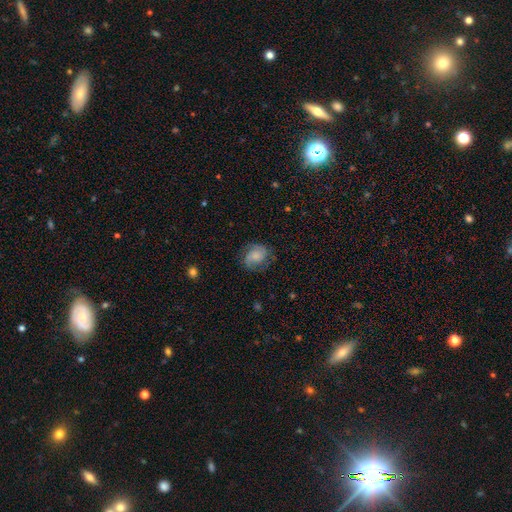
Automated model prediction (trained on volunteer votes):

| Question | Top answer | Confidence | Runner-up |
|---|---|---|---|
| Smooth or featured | featured or disk | 61% | smooth (30%) |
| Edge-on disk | no | 98% | yes (2%) |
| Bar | no | 66% | weak (29%) |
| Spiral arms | yes | 93% | no (7%) |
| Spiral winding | medium | 46% | tight (34%) |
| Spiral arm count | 2 | 78% | can't tell (9%) |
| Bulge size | small | 31% | none (30%) |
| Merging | none | 72% | minor disturbance (18%) |